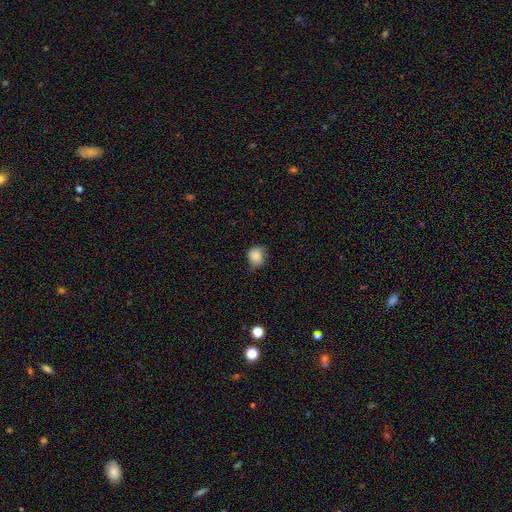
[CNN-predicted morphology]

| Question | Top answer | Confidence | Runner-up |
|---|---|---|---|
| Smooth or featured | smooth | 86% | star or artifact (9%) |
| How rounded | round | 75% | in between (24%) |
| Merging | none | 71% | minor disturbance (24%) |